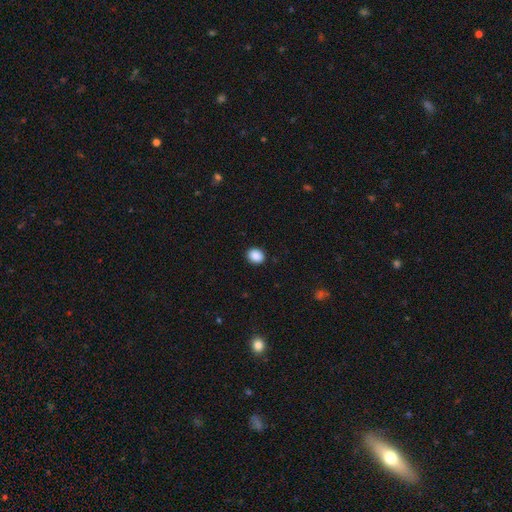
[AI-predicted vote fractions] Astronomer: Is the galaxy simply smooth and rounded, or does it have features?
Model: smooth — 89%.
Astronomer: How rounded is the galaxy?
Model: round — 60% (runner-up: in between, 40%).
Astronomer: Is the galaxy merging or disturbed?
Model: none — 91%.